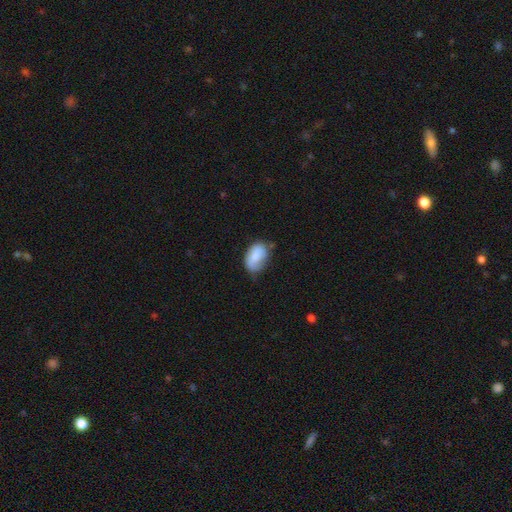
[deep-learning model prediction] Smooth or featured? smooth (78%)
How rounded? in between (87%)
Merging? none (53%)